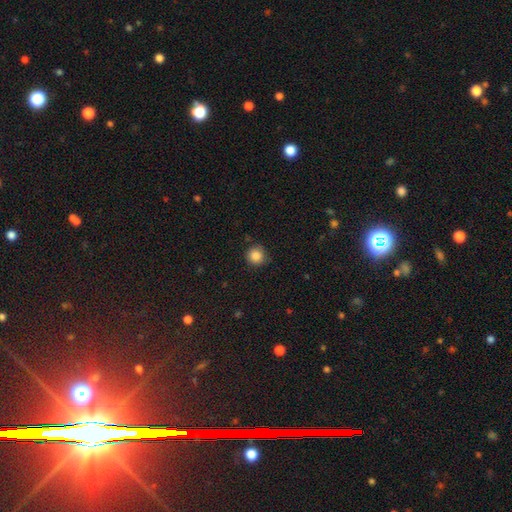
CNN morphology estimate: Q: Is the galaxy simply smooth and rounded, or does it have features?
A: smooth — 85%.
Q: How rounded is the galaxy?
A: round — 94%.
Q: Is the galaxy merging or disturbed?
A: none — 86%.